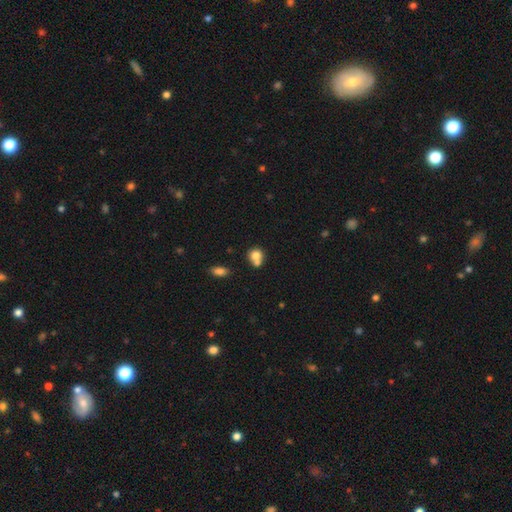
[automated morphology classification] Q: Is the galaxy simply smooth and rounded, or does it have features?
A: smooth — 77%.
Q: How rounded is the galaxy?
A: round — 76%.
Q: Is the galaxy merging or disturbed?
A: merger — 46%.